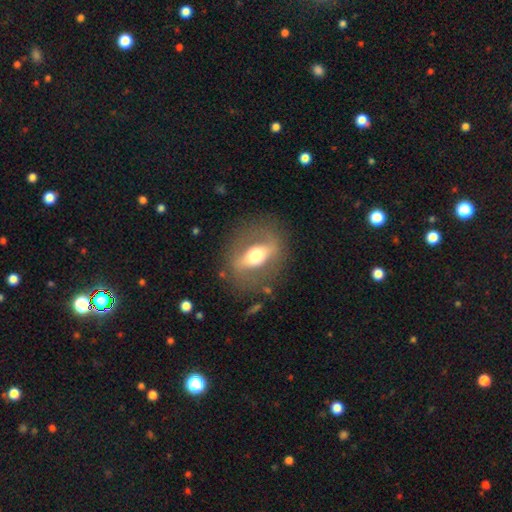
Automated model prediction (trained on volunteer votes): smooth_or_featured: featured or disk (p=0.65) [alt: smooth p=0.29]
disk_edge_on: no (p=0.72) [alt: yes p=0.28]
merging: none (p=0.79) [alt: minor disturbance p=0.12]